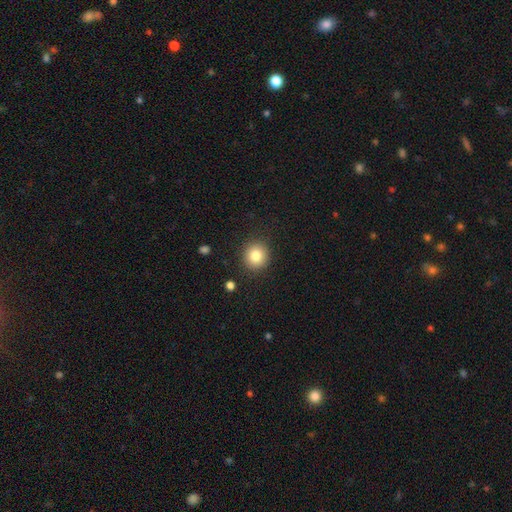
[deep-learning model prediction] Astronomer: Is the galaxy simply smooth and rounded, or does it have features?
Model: smooth — 83%.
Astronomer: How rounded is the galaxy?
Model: round — 90%.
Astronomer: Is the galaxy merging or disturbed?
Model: none — 89%.